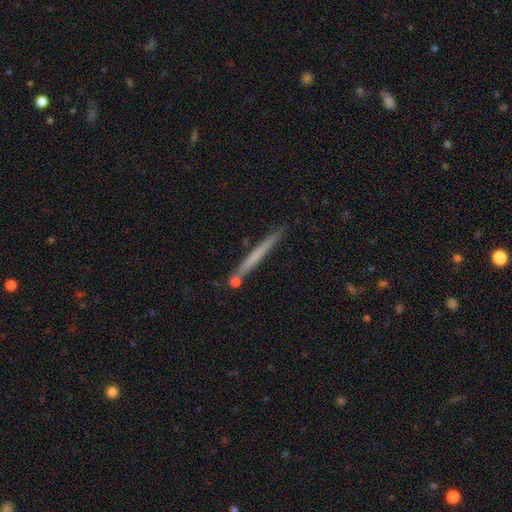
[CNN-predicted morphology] Smooth or featured: smooth — 51% (featured or disk — 42%)
How rounded: cigar-shaped — 97% (in between — 2%)
Merging: none — 83% (minor disturbance — 10%)